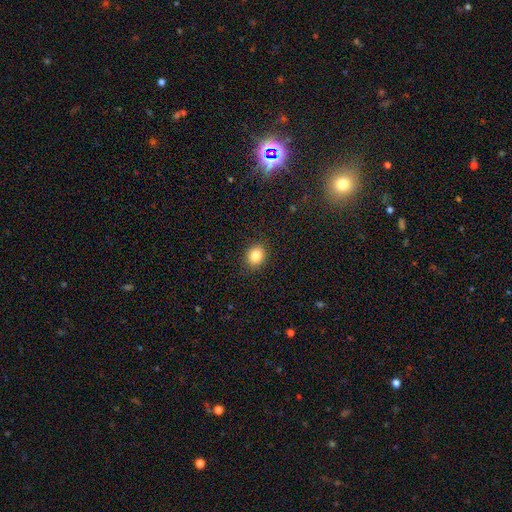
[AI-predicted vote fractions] A smooth galaxy with no disk features (83%) that is round (65%). Merging: none (89%).